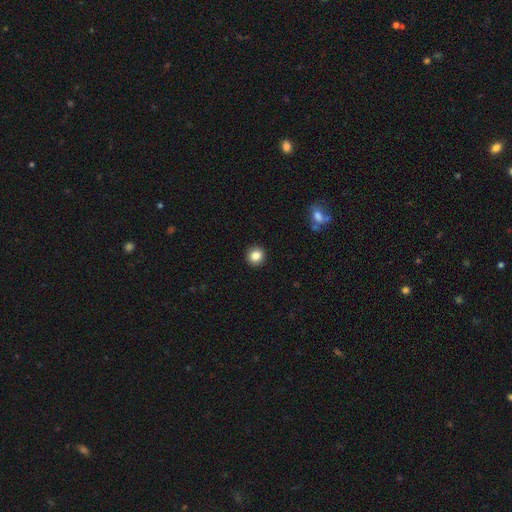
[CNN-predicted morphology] Overall: smooth (84%). How rounded: round (92%). Merging: none (93%).